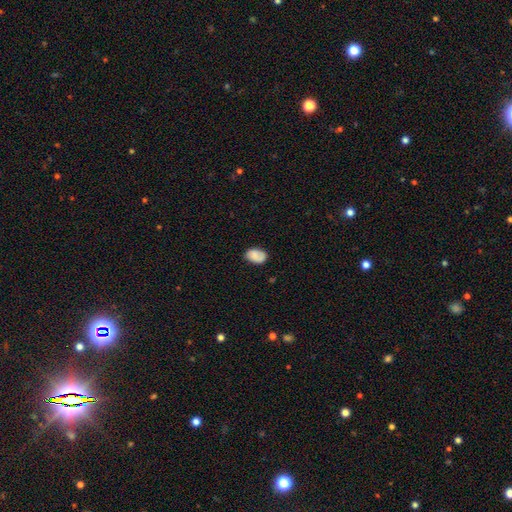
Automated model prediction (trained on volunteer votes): smooth_or_featured: smooth (p=0.72) [alt: featured or disk p=0.20]
how_rounded: in between (p=0.84) [alt: round p=0.15]
merging: none (p=0.71) [alt: minor disturbance p=0.21]